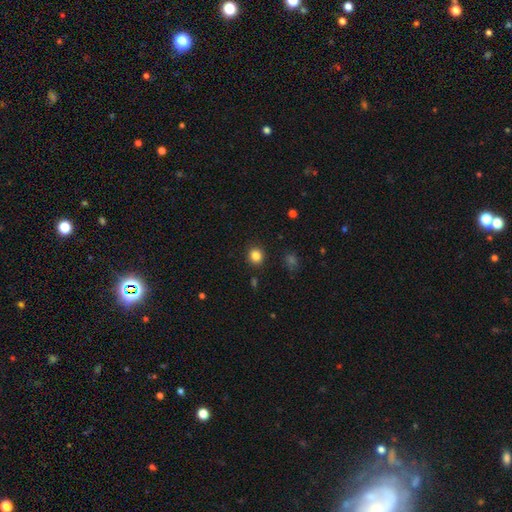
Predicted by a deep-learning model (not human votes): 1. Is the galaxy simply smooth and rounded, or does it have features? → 84% smooth, 11% star or artifact, 5% featured or disk.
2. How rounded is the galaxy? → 86% round, 14% in between, 1% cigar-shaped.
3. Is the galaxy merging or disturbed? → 90% none, 6% minor disturbance, 2% major disturbance, 2% merger.